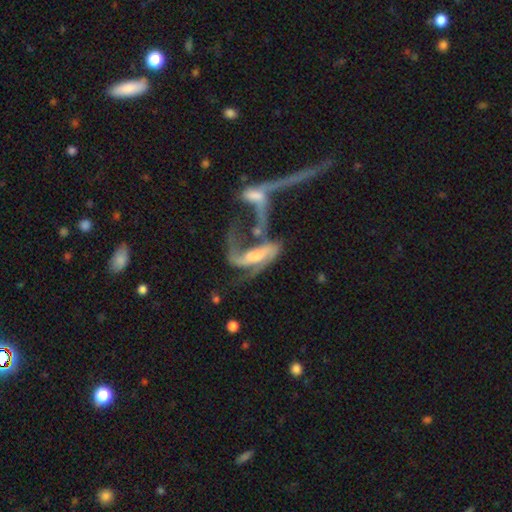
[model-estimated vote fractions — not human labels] Morphology: type=featured or disk (74%); edge-on=no (89%); bar=no (46%); spiral arms=yes (77%); winding=loose (66%); arm count=2 (58%); bulge=moderate (38%); merging=merger (61%).